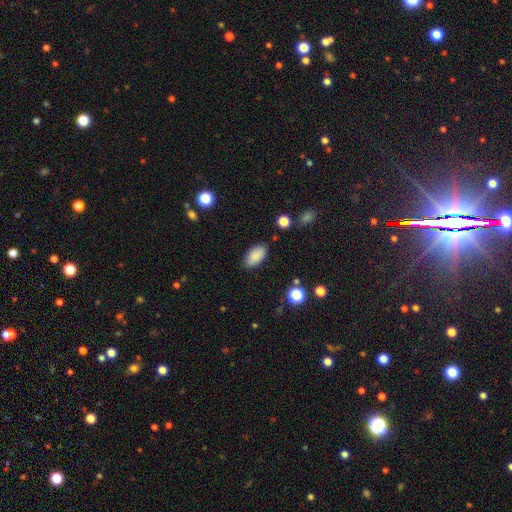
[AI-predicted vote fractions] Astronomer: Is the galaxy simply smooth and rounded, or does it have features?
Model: smooth — 88%.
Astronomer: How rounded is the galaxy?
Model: in between — 94%.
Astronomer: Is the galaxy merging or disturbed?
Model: none — 84%.